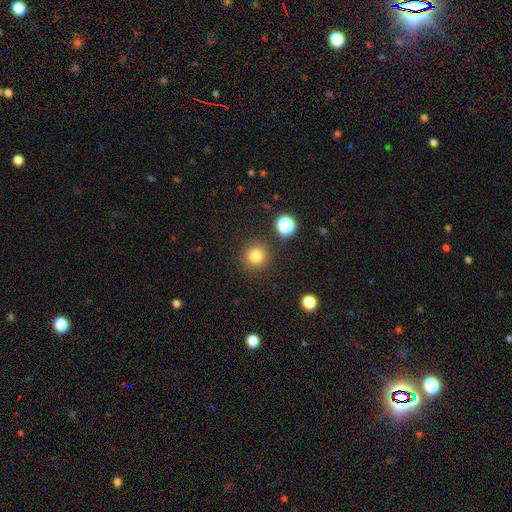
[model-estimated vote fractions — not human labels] Q: Smooth or featured?
A: smooth (80%); runner-up: star or artifact (14%)
Q: How rounded?
A: round (92%); runner-up: in between (7%)
Q: Merging?
A: none (88%); runner-up: minor disturbance (7%)